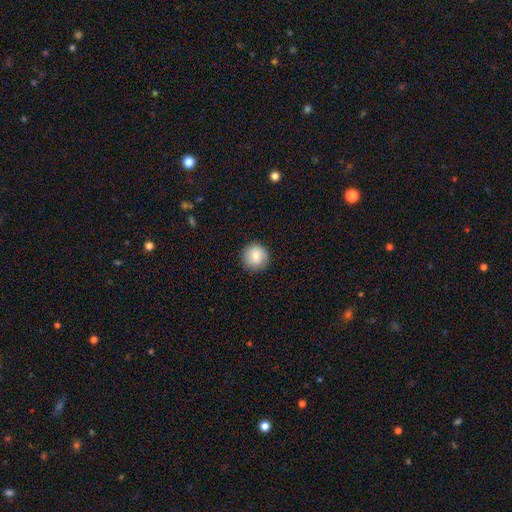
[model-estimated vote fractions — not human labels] This is clearly a smooth galaxy (85%). How rounded: clearly round (94%). Merging: clearly none (90%).